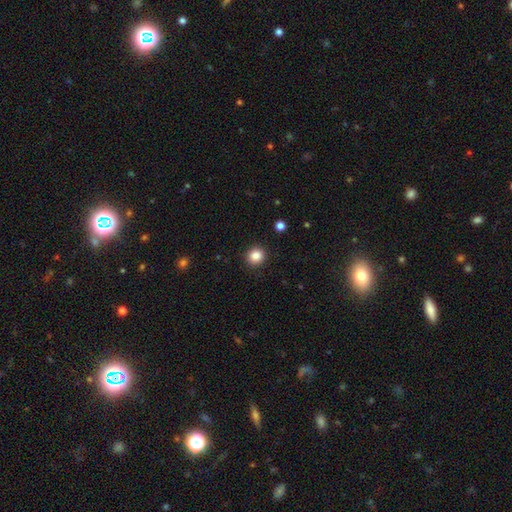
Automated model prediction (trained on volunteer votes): This is clearly a smooth galaxy (86%). How rounded: clearly round (88%). Merging: clearly none (92%).